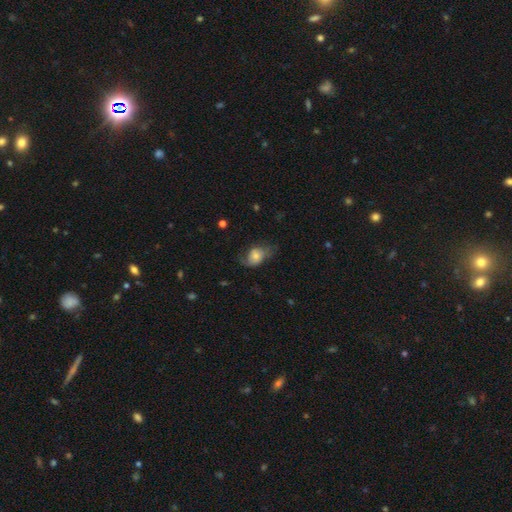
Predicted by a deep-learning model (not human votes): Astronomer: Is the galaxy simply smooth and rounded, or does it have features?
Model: smooth — 61%.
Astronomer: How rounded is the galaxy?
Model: in between — 73%.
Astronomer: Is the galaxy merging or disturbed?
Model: none — 42% (runner-up: minor disturbance, 31%).